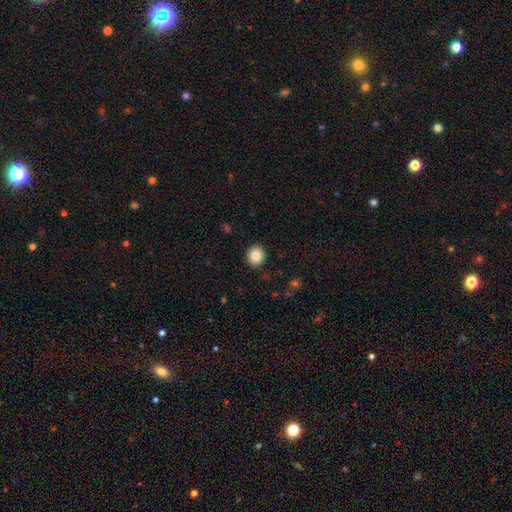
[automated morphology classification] This is clearly a smooth galaxy (85%). How rounded: clearly round (82%). Merging: clearly none (91%).